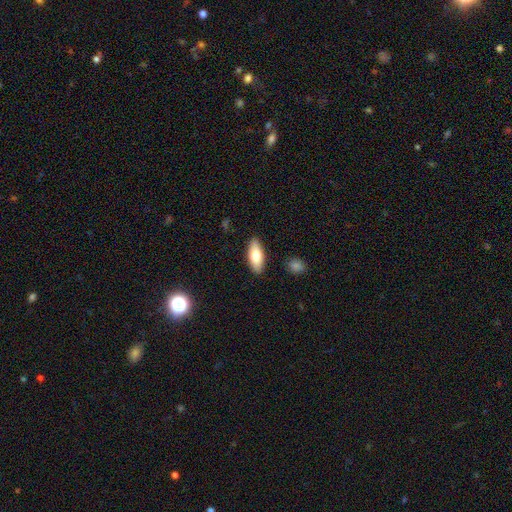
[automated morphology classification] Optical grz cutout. It shows a smooth galaxy with no disk features (73%) that is in between round and cigar-shaped (78%). Merging: none (88%).